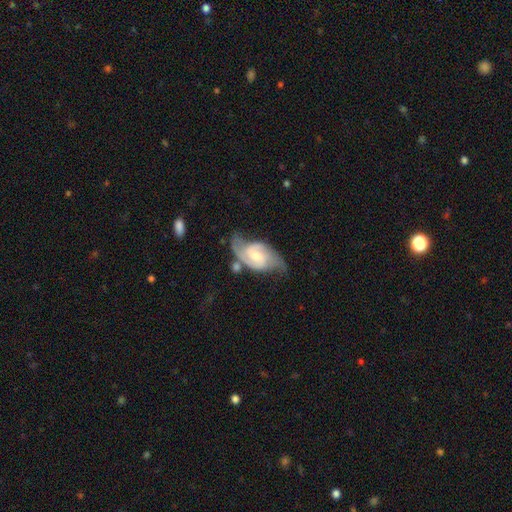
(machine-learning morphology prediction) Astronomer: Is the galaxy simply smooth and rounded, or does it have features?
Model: featured or disk — 81%.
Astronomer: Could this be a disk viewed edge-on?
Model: no — 96%.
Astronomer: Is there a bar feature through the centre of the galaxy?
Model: no — 46% (runner-up: weak, 44%).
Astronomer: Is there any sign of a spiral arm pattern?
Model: yes — 95%.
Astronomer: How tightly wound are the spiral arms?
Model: medium — 47% (runner-up: loose, 31%).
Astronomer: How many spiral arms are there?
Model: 2 — 83%.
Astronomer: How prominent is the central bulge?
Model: moderate — 49% (runner-up: small, 40%).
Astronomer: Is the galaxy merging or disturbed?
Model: none — 49% (runner-up: minor disturbance, 25%).